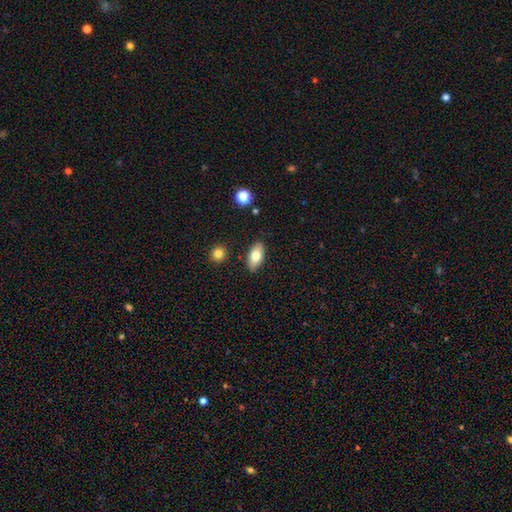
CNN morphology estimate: Smooth or featured? Predicted: smooth (p=0.75). How rounded? Predicted: in between (p=0.90). Merging? Predicted: none (p=0.87).